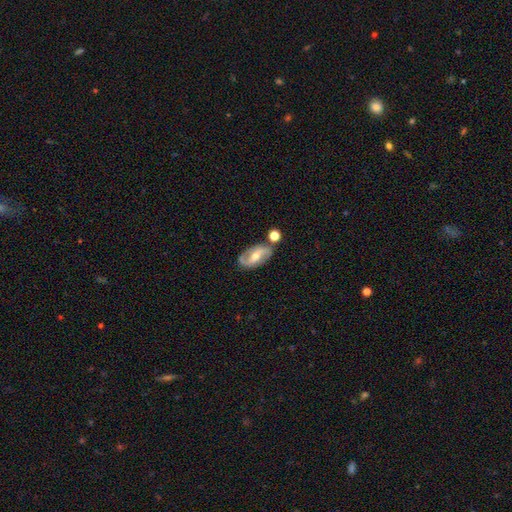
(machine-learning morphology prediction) This is likely a featured or disk galaxy (79%). It is clearly not viewed edge-on (94%). Bar: marginally weak (39%). Spiral arm pattern: clearly yes (91%). Spiral arm count: clearly 2 (90%). Spiral winding: marginally medium (43%). Central bulge: likely moderate (61%). Merging: likely none (75%).